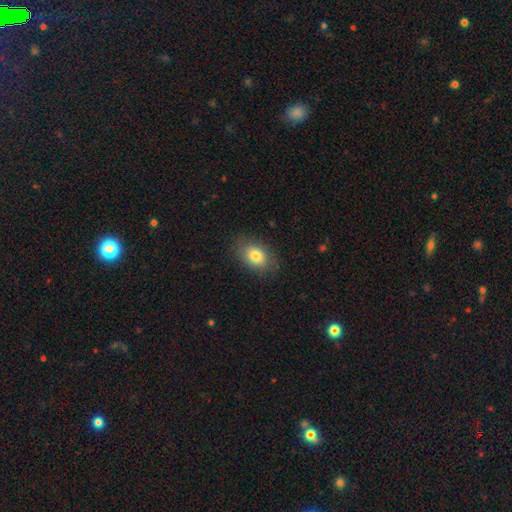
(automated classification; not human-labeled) Overall: smooth (81%). How rounded: in between (83%). Merging: none (83%).